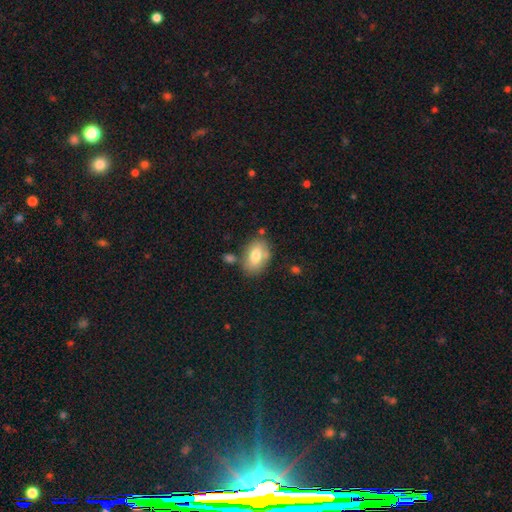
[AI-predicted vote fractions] A smooth galaxy with no disk features (73%) that is in between round and cigar-shaped (84%). Merging: none (69%).